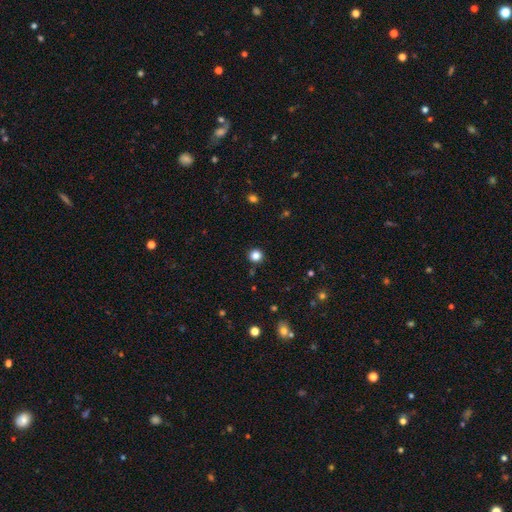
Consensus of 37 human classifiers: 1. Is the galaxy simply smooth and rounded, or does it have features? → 95% smooth, 3% featured or disk, 3% star or artifact.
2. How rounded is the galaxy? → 97% round, 3% in between, 0% cigar-shaped.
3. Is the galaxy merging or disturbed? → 94% none, 6% minor disturbance, 0% major disturbance, 0% merger.